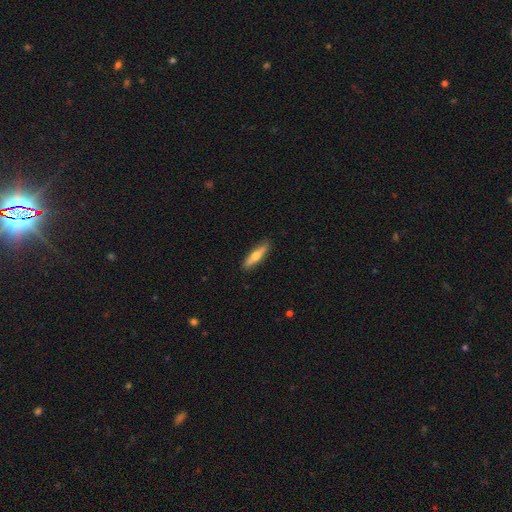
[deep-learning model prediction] Smooth or featured? Predicted: smooth (p=0.53). How rounded? Predicted: cigar-shaped (p=0.75). Merging? Predicted: none (p=0.89).